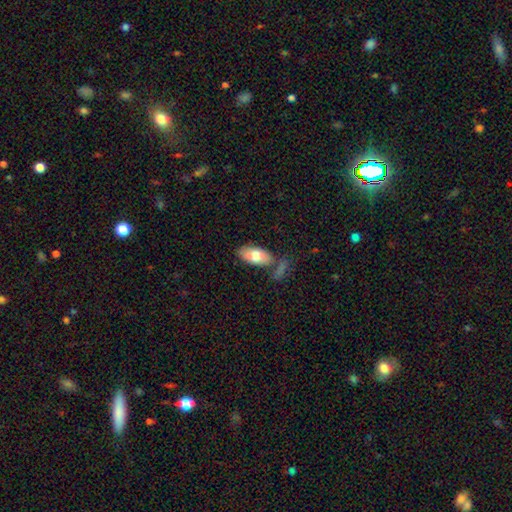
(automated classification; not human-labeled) Smooth or featured: smooth — 74% (featured or disk — 20%)
How rounded: in between — 92% (cigar-shaped — 5%)
Merging: none — 66% (minor disturbance — 17%)